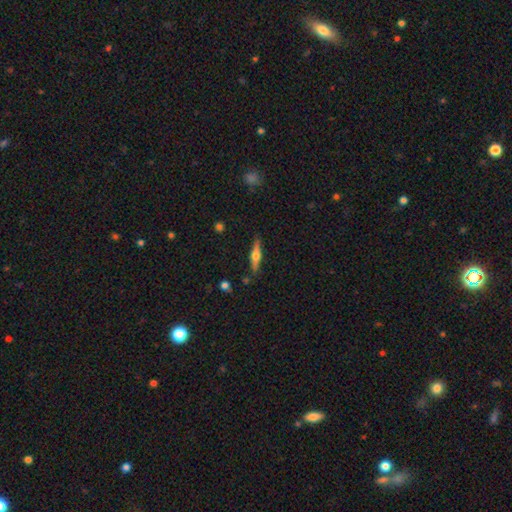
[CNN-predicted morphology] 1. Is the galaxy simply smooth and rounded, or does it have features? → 63% featured or disk, 31% smooth, 6% star or artifact.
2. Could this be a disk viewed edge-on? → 97% yes, 3% no.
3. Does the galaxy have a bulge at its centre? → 93% rounded, 4% boxy, 2% none.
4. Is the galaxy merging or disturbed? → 87% none, 9% minor disturbance, 2% merger, 2% major disturbance.